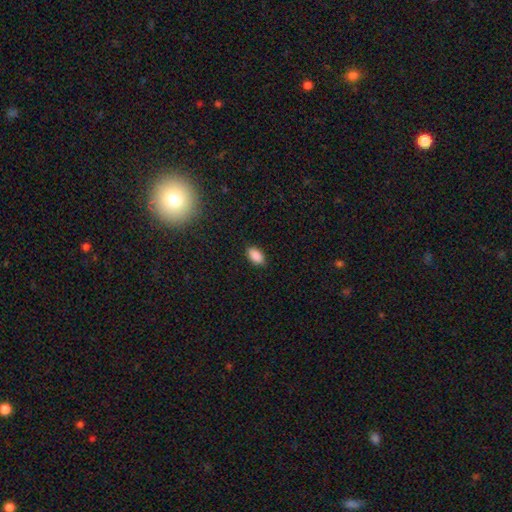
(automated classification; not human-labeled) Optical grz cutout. It shows a smooth galaxy with no disk features (88%) that is in between round and cigar-shaped (92%). Merging: none (86%).